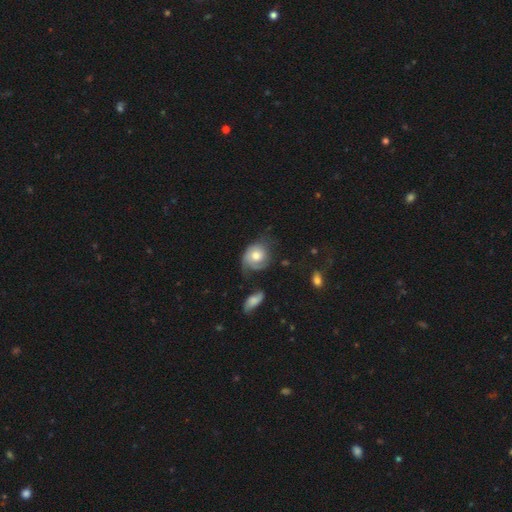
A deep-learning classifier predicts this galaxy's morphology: The model was most divided on "smooth or featured": featured or disk: 47%, smooth: 45%, star or artifact: 7%. Remaining: merging — none (41%).